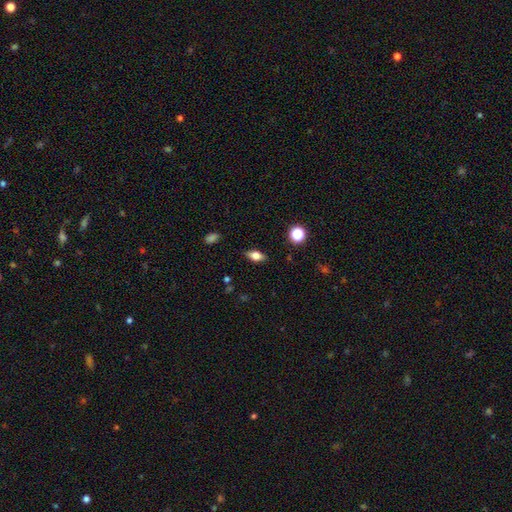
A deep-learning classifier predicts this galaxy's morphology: This is likely a smooth galaxy (66%). How rounded: likely in between (77%). Merging: clearly none (85%).